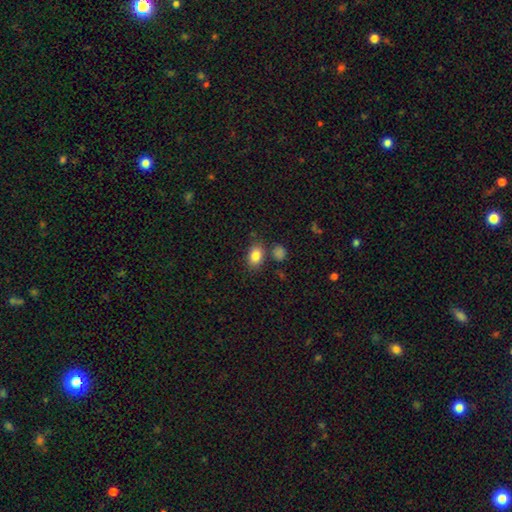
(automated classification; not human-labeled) A smooth galaxy with no disk features (84%) that is in between round and cigar-shaped (77%). Merging: none (76%).